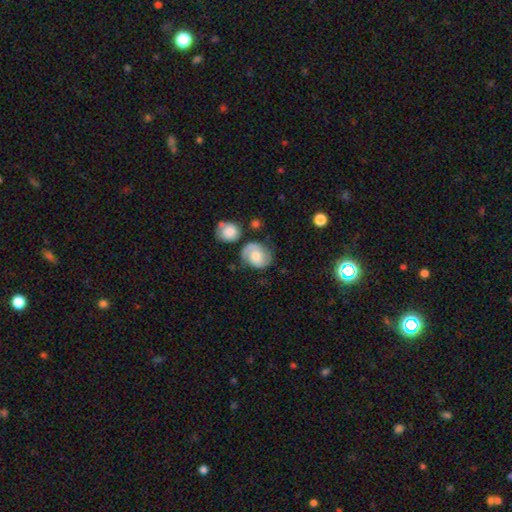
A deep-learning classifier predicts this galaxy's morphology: This is possibly a featured or disk galaxy (56%). It is clearly not viewed edge-on (97%). Bar: likely no (68%). Spiral arm pattern: clearly yes (86%). Central bulge: possibly moderate (58%). Merging: possibly none (58%).